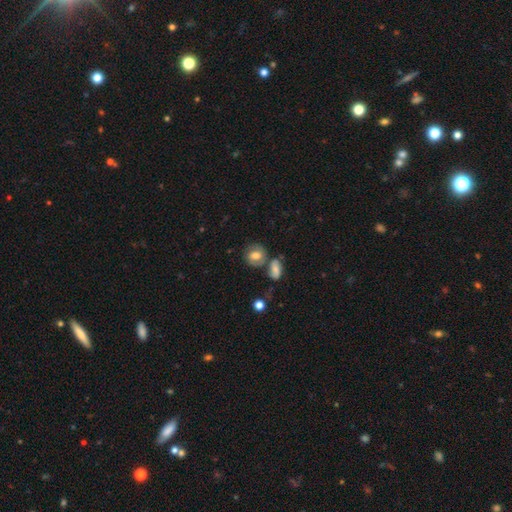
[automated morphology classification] The model was most divided on "how rounded": round: 60%, in between: 39%, cigar-shaped: 2%. More confident: smooth or featured — smooth (59%); merging — none (57%).